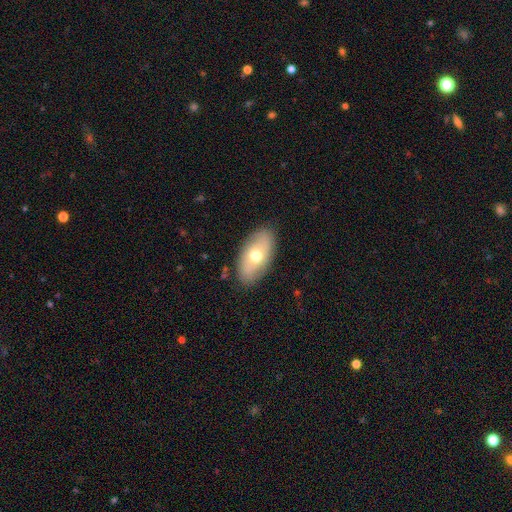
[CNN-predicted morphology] smooth 58%, featured or disk 35%, star or artifact 7%. Down the decision tree: how rounded — in between (92%); merging — none (84%).